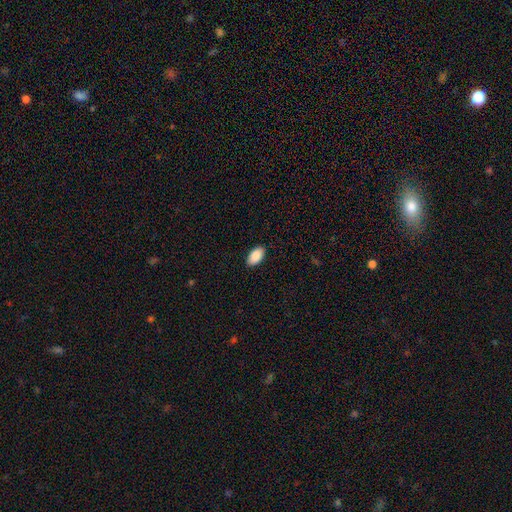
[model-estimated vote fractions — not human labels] smooth-or-featured: smooth: 89% | star or artifact: 6% | featured or disk: 4%
  how-rounded: in between: 95% | round: 3% | cigar-shaped: 2%
  merging: none: 89% | minor disturbance: 8% | major disturbance: 2% | merger: 1%